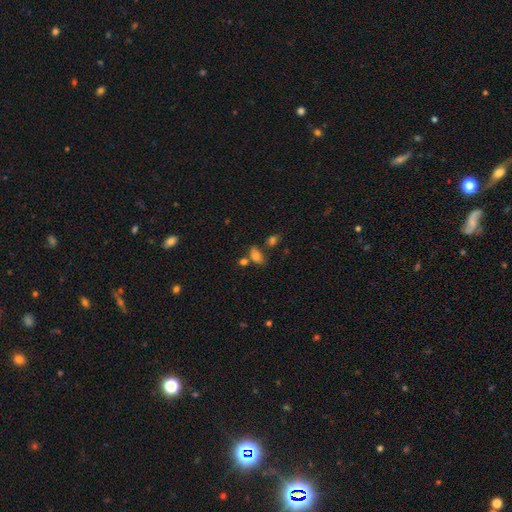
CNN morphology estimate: Smooth or featured: smooth — 76% (star or artifact — 12%)
How rounded: in between — 85% (round — 12%)
Merging: none — 56% (merger — 21%)